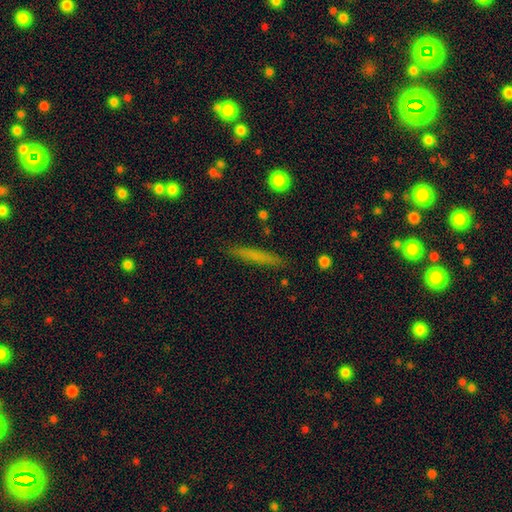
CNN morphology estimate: This appears to be a smooth galaxy with no disk features (65%) that is cigar-shaped (94%). Merging: none (88%).